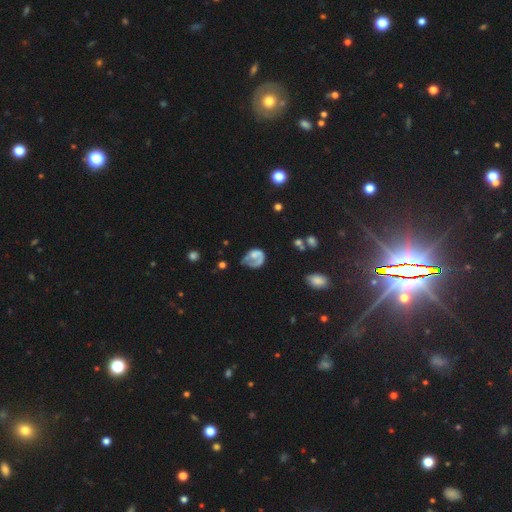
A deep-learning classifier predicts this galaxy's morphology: Smooth or featured? featured or disk (49%)
Merging? major disturbance (40%)